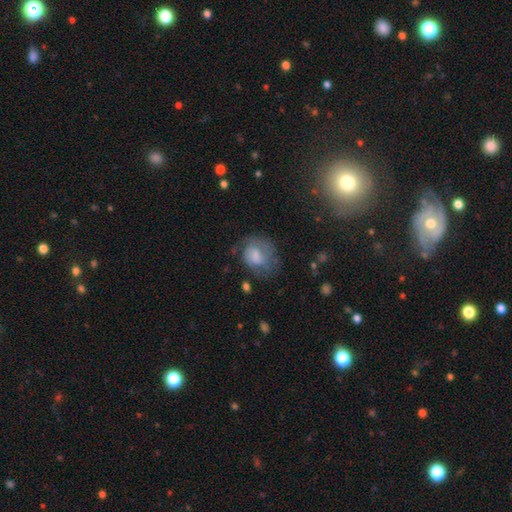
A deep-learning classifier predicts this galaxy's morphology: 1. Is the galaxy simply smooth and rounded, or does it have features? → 55% smooth, 36% featured or disk, 9% star or artifact.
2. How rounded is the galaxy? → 57% round, 42% in between, 1% cigar-shaped.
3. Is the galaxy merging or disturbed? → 46% none, 27% minor disturbance, 25% major disturbance, 2% merger.